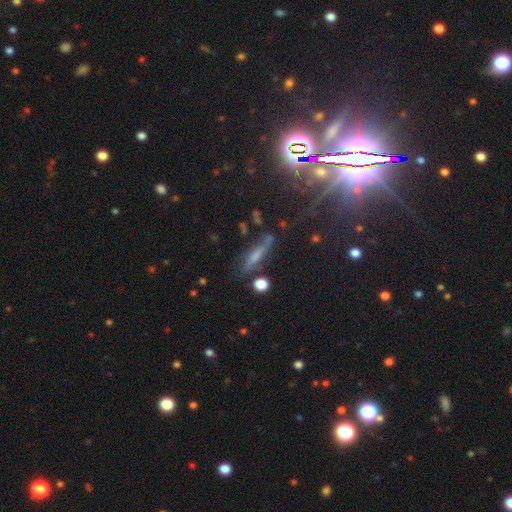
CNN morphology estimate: This is marginally a featured or disk galaxy (40%). Merging: likely none (72%).